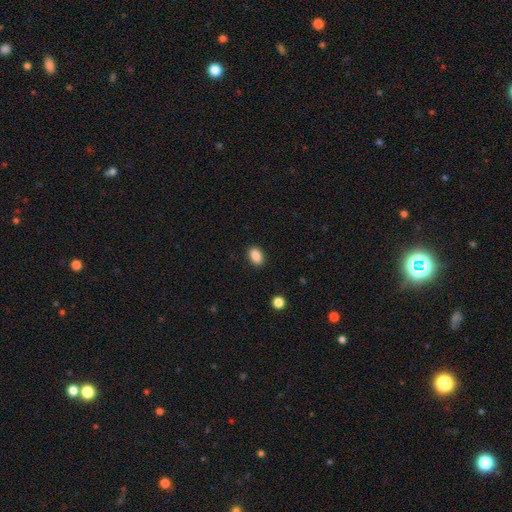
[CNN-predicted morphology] smooth_or_featured: smooth (p=0.88) [alt: star or artifact p=0.09]
how_rounded: in between (p=0.86) [alt: round p=0.13]
merging: none (p=0.89) [alt: minor disturbance p=0.08]